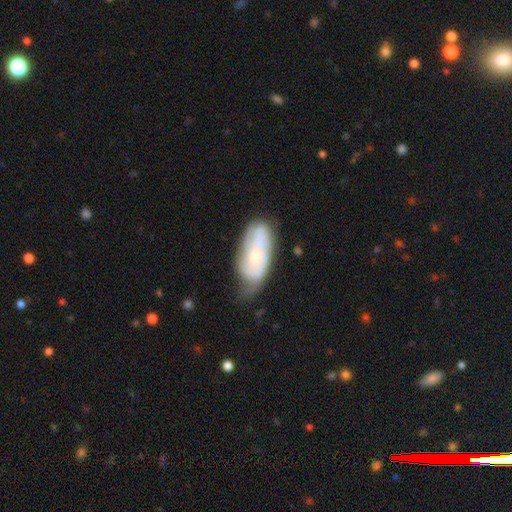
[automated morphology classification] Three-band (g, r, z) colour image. It shows a featured or disk galaxy (58%) with no bar (72%), spiral arms (78%) and a small central bulge (60%). Merging: none (54%).